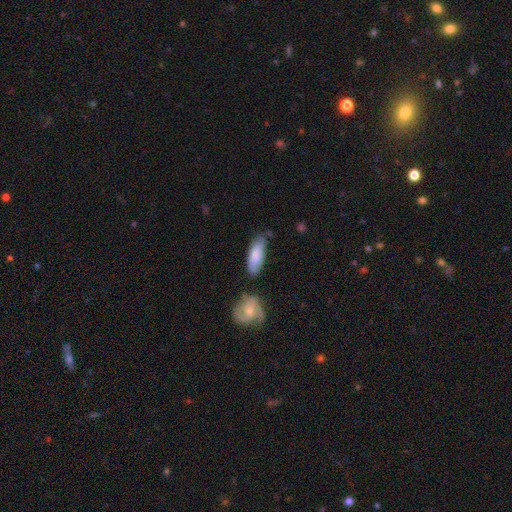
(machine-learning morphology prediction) type=smooth (80%); roundness=in between (66%); merging=none (67%).